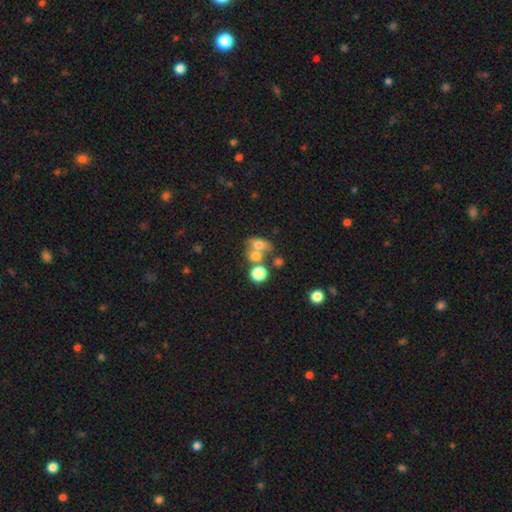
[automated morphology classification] A smooth galaxy with no disk features (66%) that is round (55%).

Vote fractions:
- Smooth or featured? smooth: 66% / featured or disk: 19% / star or artifact: 14%
- How rounded? round: 55% / in between: 43% / cigar-shaped: 2%
- Merging? merger: 47% / none: 36% / minor disturbance: 10% / major disturbance: 7%